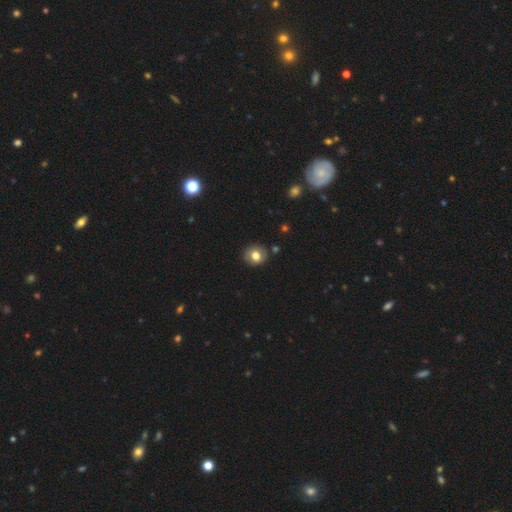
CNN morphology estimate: A smooth galaxy with no disk features (76%) that is round (77%). Merging: none (86%).